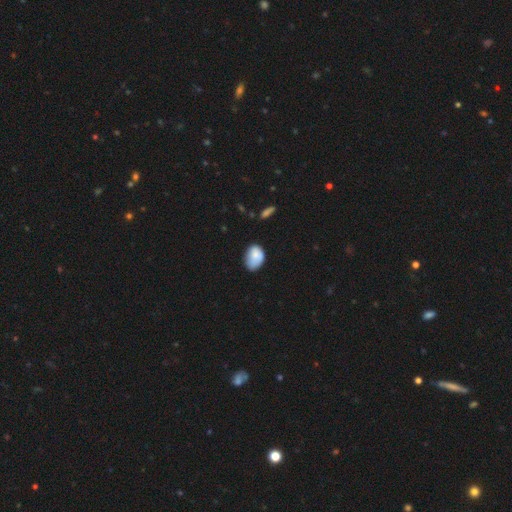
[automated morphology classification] Q: Smooth or featured?
A: smooth (83%); runner-up: featured or disk (9%)
Q: How rounded?
A: in between (84%); runner-up: round (15%)
Q: Merging?
A: none (51%); runner-up: minor disturbance (38%)